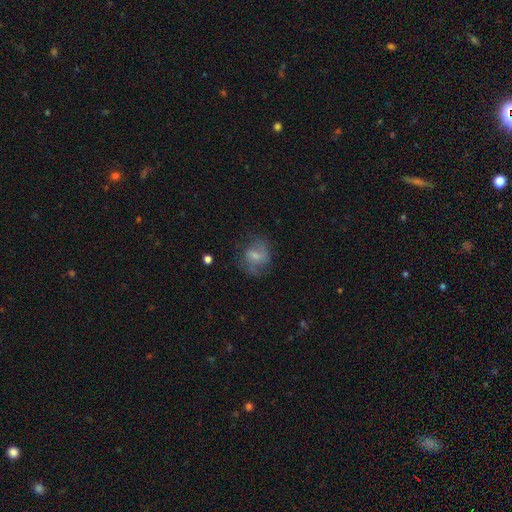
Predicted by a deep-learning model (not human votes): This is possibly a smooth galaxy (48%). Merging: possibly none (57%).